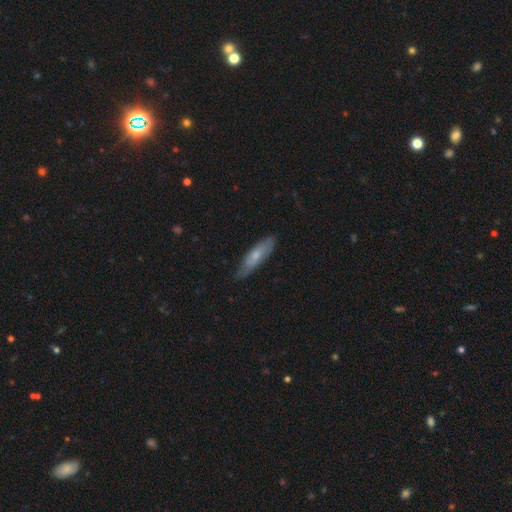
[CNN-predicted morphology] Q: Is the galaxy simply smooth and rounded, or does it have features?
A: smooth — 60%.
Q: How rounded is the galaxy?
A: cigar-shaped — 64%.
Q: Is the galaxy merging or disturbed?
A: none — 77%.